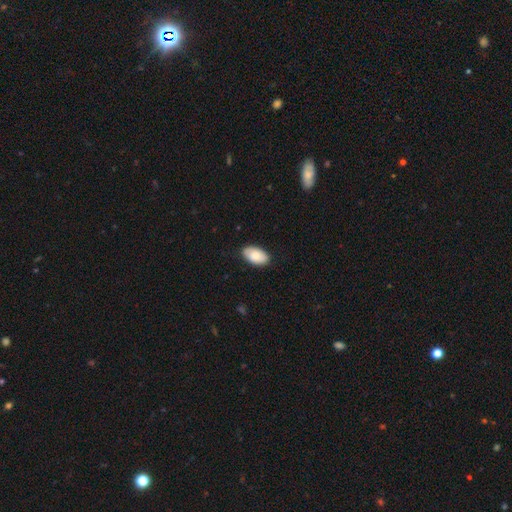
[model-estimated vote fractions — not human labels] A smooth galaxy with no disk features (81%) that is in between round and cigar-shaped (95%). Merging: none (85%).